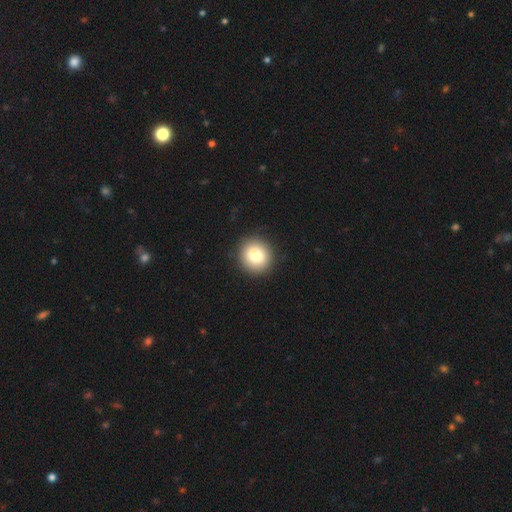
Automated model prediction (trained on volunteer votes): Morphology: type=smooth (79%); roundness=round (87%); merging=none (88%).